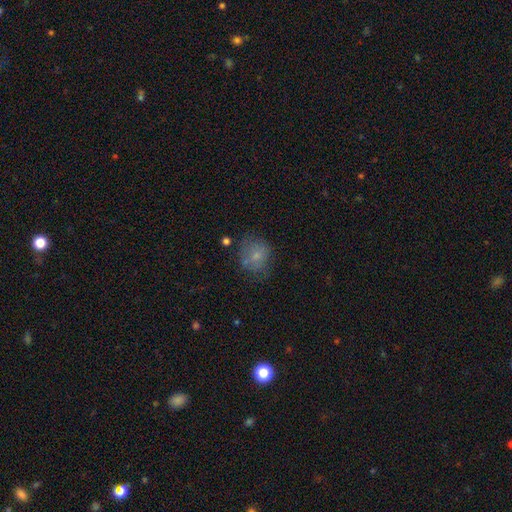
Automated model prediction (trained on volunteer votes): A smooth galaxy with no disk features (68%) that is round (65%).

Vote fractions:
- Smooth or featured? smooth: 68% / featured or disk: 21% / star or artifact: 11%
- How rounded? round: 65% / in between: 34% / cigar-shaped: 1%
- Merging? none: 58% / minor disturbance: 25% / major disturbance: 15% / merger: 3%